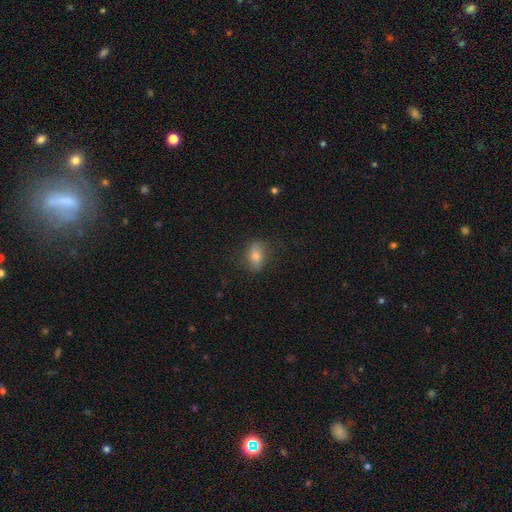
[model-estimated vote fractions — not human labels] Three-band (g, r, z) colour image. It shows a smooth galaxy with no disk features (66%) that is in between round and cigar-shaped (77%). Merging: none (78%).